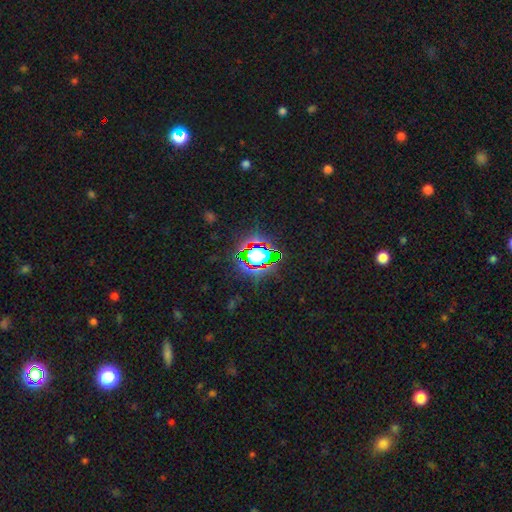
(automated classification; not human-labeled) Smooth or featured?
  - star or artifact: 72% *
  - smooth: 17%
  - featured or disk: 11%